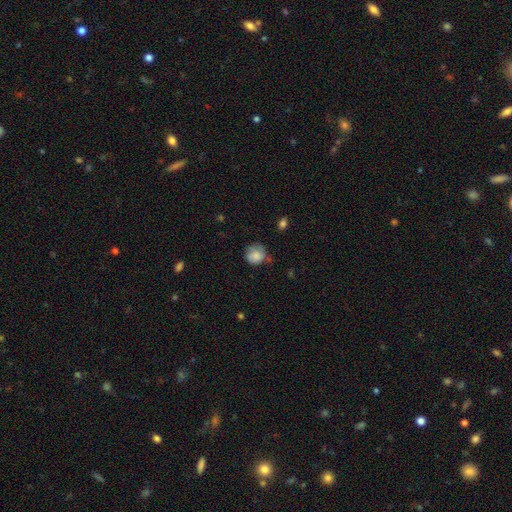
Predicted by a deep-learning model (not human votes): Smooth or featured: smooth — 82% (featured or disk — 10%)
How rounded: round — 84% (in between — 15%)
Merging: none — 58% (minor disturbance — 30%)